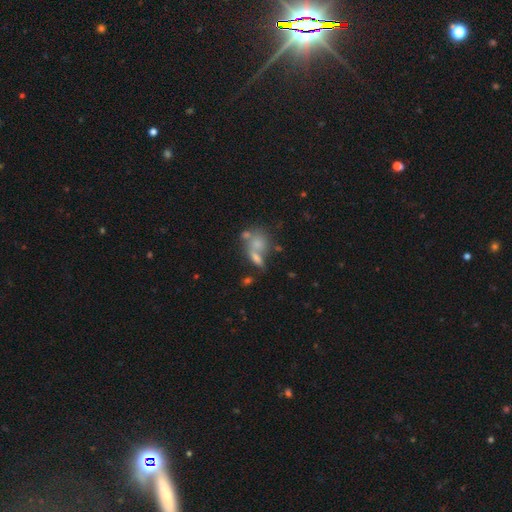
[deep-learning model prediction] This appears to be a smooth galaxy with no disk features (41%). Merging: merger (46%).